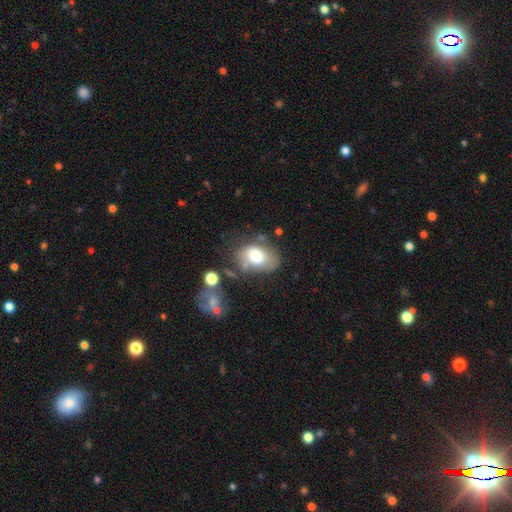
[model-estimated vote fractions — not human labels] This is likely a smooth galaxy (68%). How rounded: clearly in between (81%). Merging: possibly none (53%).